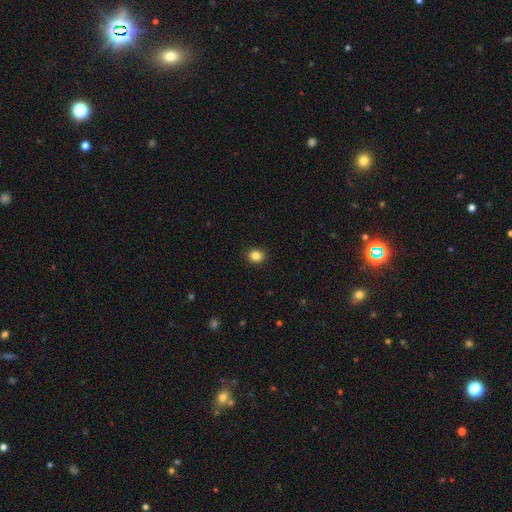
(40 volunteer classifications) smooth-or-featured: smooth: 88% | star or artifact: 8% | featured or disk: 5%
  how-rounded: round: 66% | in between: 34% | cigar-shaped: 0%
  merging: none: 97% | minor disturbance: 3% | major disturbance: 0% | merger: 0%